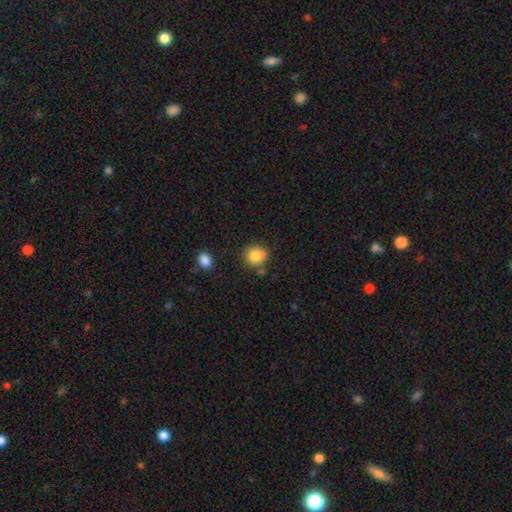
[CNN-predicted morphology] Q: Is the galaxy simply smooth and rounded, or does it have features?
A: smooth — 83%.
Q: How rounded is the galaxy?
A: round — 82%.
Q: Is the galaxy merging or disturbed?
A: none — 73%.